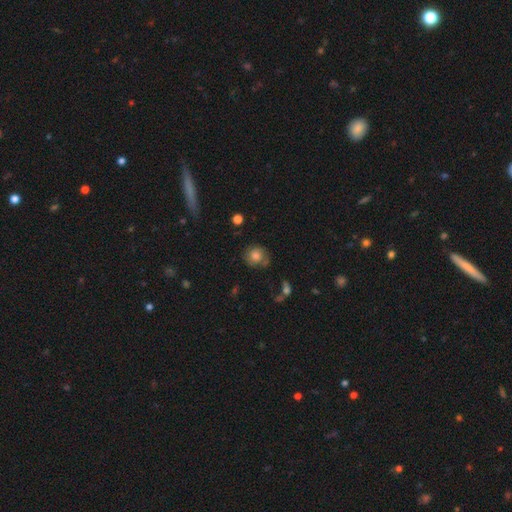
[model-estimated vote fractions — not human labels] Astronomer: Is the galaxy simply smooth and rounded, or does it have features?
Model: smooth — 74%.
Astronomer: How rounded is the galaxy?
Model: round — 85%.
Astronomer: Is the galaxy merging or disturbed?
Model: none — 70%.